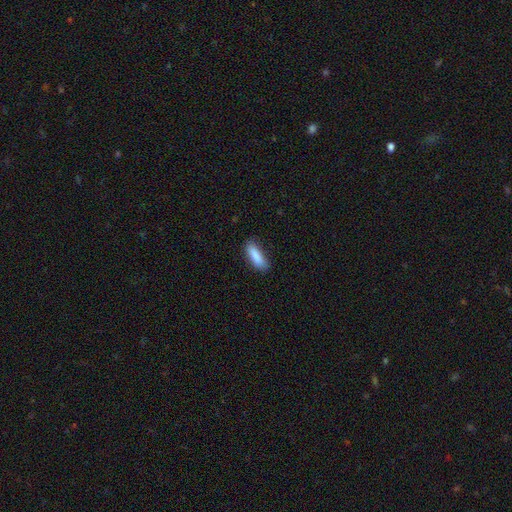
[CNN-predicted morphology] This appears to be a smooth galaxy with no disk features (87%) that is in between round and cigar-shaped (52%). Merging: none (76%).